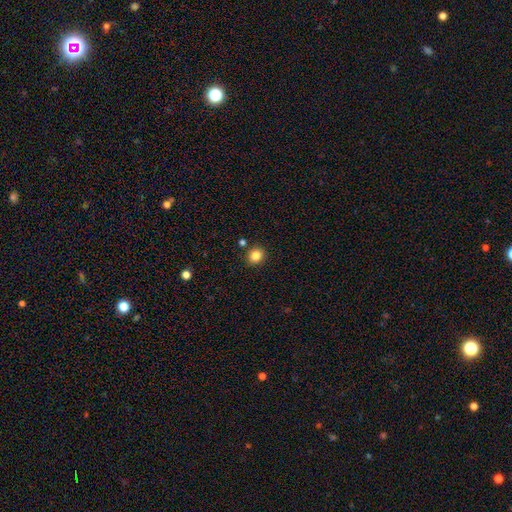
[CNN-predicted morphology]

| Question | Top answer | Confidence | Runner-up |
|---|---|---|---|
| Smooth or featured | smooth | 84% | star or artifact (11%) |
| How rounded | round | 79% | in between (20%) |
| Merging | none | 88% | minor disturbance (7%) |